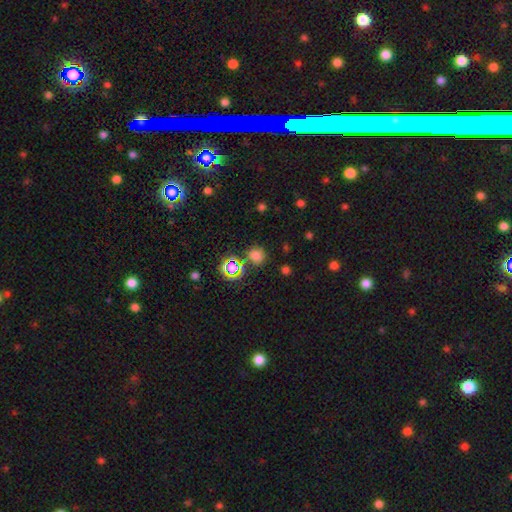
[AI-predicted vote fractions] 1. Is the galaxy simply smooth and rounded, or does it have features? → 63% smooth, 31% star or artifact, 6% featured or disk.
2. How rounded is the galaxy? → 77% round, 22% in between, 1% cigar-shaped.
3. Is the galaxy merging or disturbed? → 75% none, 12% minor disturbance, 8% merger, 5% major disturbance.